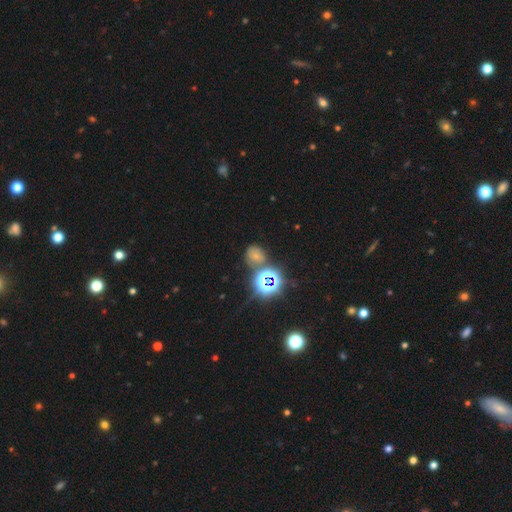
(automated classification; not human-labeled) A star or artifact, not a galaxy (45%).

Vote fractions:
- Smooth or featured? star or artifact: 45% / smooth: 42% / featured or disk: 14%